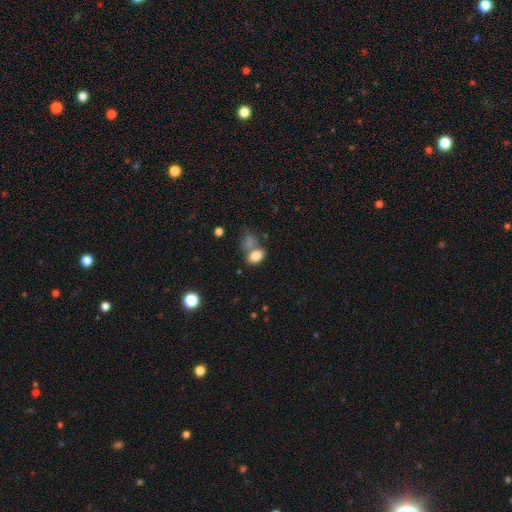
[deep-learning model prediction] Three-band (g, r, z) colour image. It shows a smooth galaxy with no disk features (82%) that is in between round and cigar-shaped (83%). Merging: none (46%).